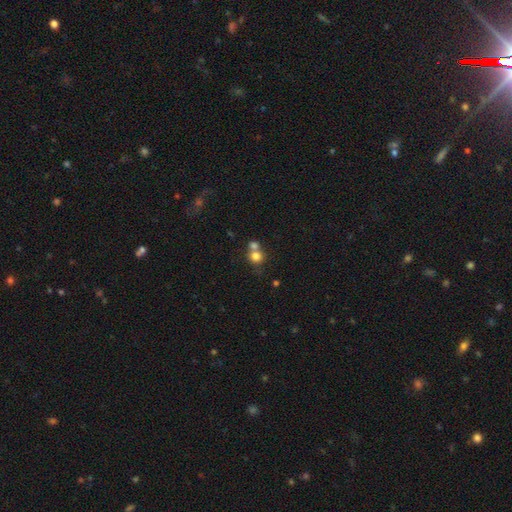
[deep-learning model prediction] smooth_or_featured: smooth (p=0.78) [alt: star or artifact p=0.12]
how_rounded: round (p=0.86) [alt: in between p=0.13]
merging: merger (p=0.48) [alt: none p=0.42]